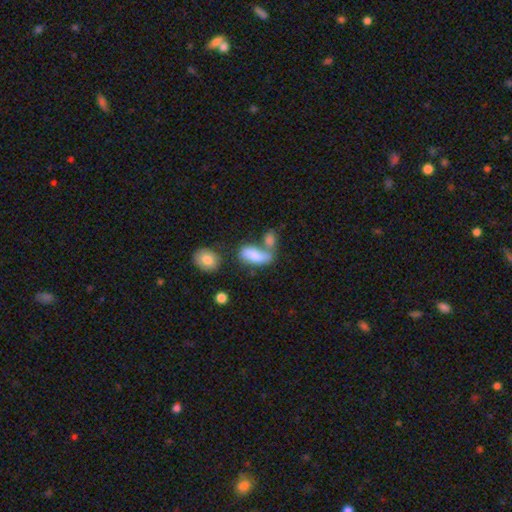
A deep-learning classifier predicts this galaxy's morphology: smooth-or-featured: smooth: 74% | featured or disk: 17% | star or artifact: 9%
  how-rounded: in between: 82% | cigar-shaped: 14% | round: 4%
  merging: merger: 45% | none: 29% | minor disturbance: 15% | major disturbance: 12%